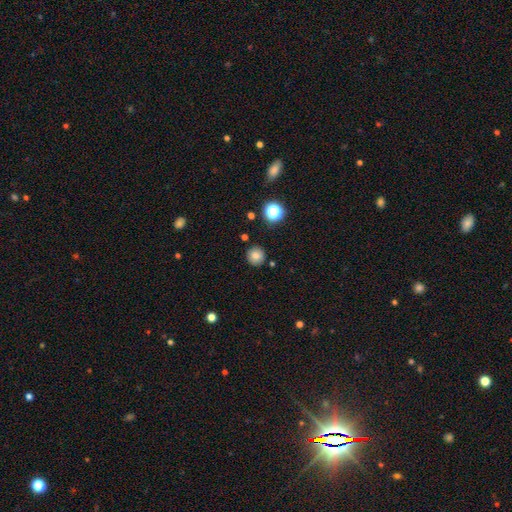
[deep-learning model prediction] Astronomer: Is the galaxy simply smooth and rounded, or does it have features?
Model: smooth — 80%.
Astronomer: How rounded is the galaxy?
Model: round — 93%.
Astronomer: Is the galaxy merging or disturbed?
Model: none — 88%.